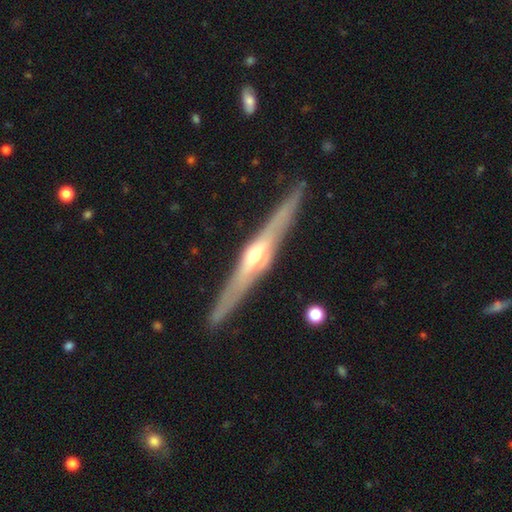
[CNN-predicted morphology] This appears to be a featured or disk galaxy (82%) viewed edge-on (97%) with a rounded central bulge (88%). Merging: none (90%).